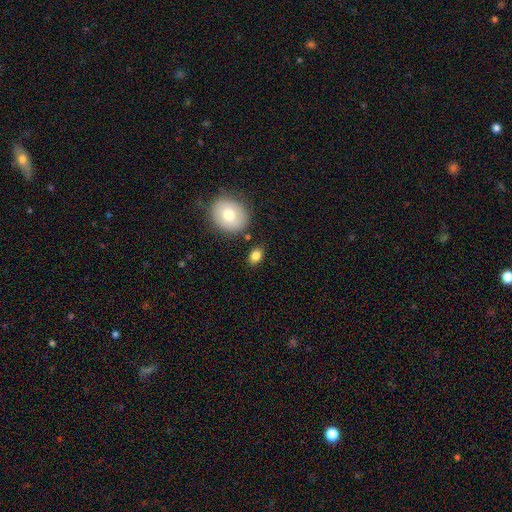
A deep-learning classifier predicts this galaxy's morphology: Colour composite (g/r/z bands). It shows a smooth galaxy with no disk features (82%) that is in between round and cigar-shaped (76%). Merging: none (80%).